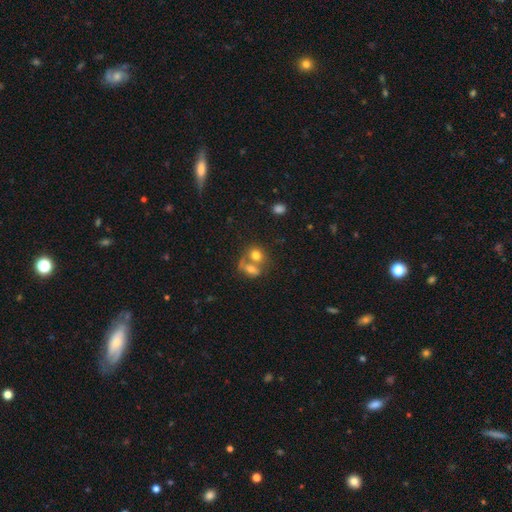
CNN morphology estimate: Q: Smooth or featured?
A: smooth (70%); runner-up: featured or disk (19%)
Q: How rounded?
A: round (57%); runner-up: in between (41%)
Q: Merging?
A: merger (64%); runner-up: none (23%)